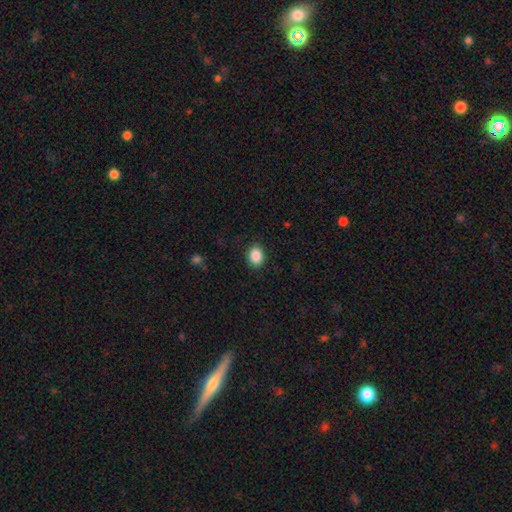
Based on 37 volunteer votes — Morphology: type=smooth (89%); roundness=round (52%); merging=none (94%).